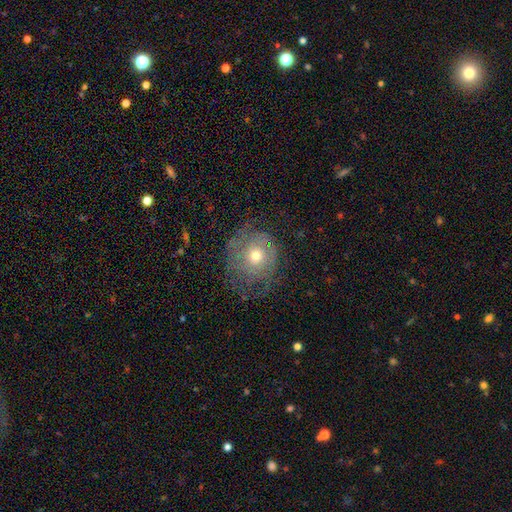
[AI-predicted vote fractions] The model was most divided on "smooth or featured": featured or disk: 49%, smooth: 41%, star or artifact: 10%. More confident: merging — none (57%).